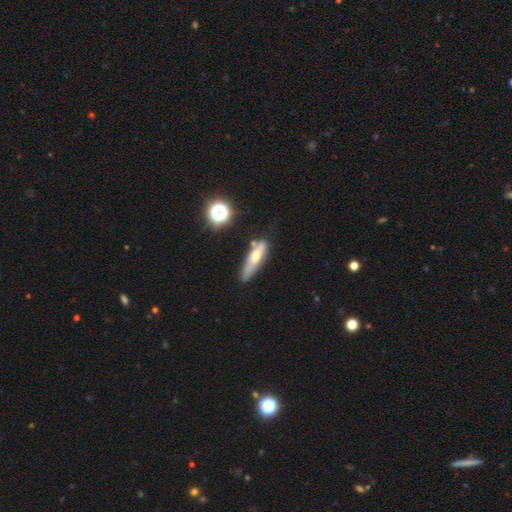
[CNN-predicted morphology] Smooth or featured? Predicted: smooth (p=0.52). How rounded? Predicted: cigar-shaped (p=0.62). Merging? Predicted: none (p=0.53).